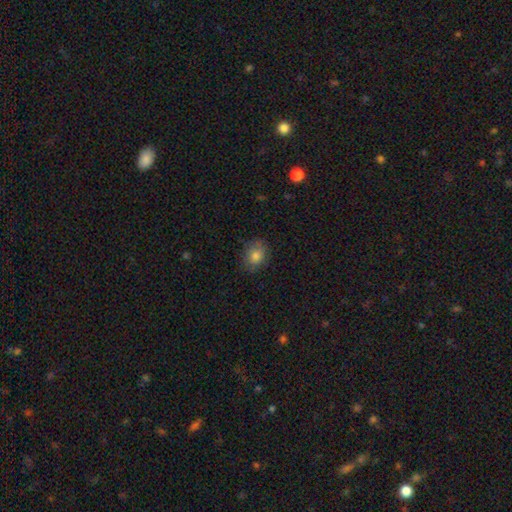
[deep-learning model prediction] Q: Smooth or featured?
A: smooth (82%); runner-up: star or artifact (9%)
Q: How rounded?
A: in between (51%); runner-up: round (48%)
Q: Merging?
A: none (79%); runner-up: minor disturbance (16%)